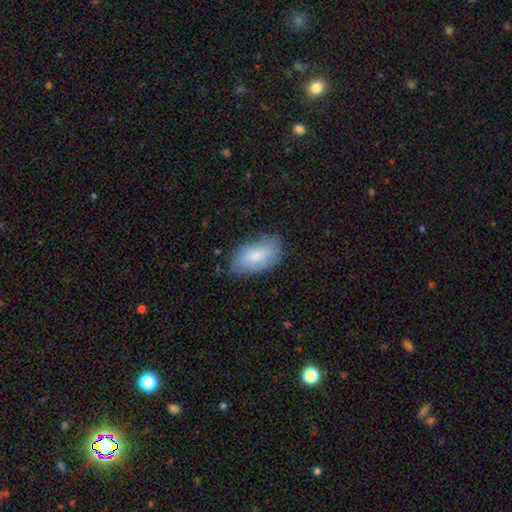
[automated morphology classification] type=smooth (78%); roundness=in between (94%); merging=none (72%).